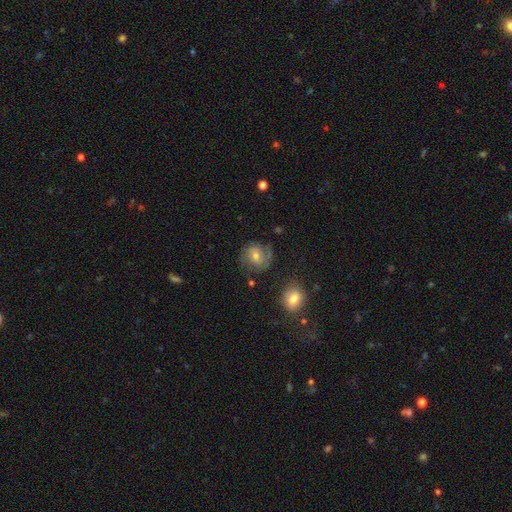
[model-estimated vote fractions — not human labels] The model was most divided on "bar": weak: 45%, no: 44%, strong: 11%. More confident: edge-on disk — no (97%); spiral arms — yes (82%); merging — none (64%); bulge size — moderate (57%); smooth or featured — featured or disk (55%).